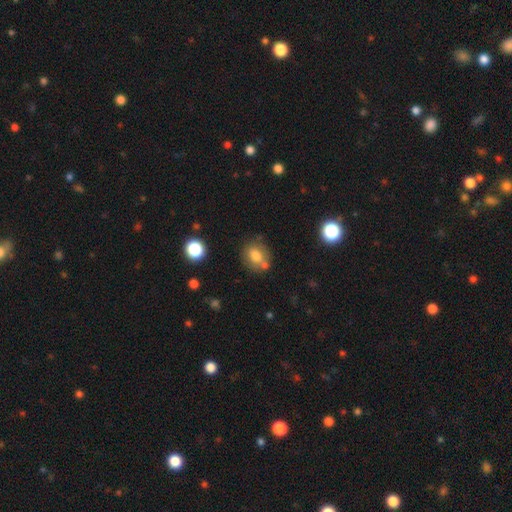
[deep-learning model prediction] Smooth or featured? Predicted: smooth (p=0.75). How rounded? Predicted: round (p=0.57). Merging? Predicted: none (p=0.66).